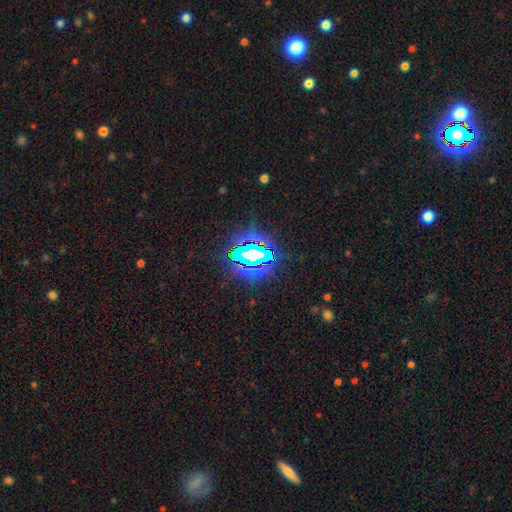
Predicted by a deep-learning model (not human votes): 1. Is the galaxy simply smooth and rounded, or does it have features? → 83% star or artifact, 11% smooth, 6% featured or disk.